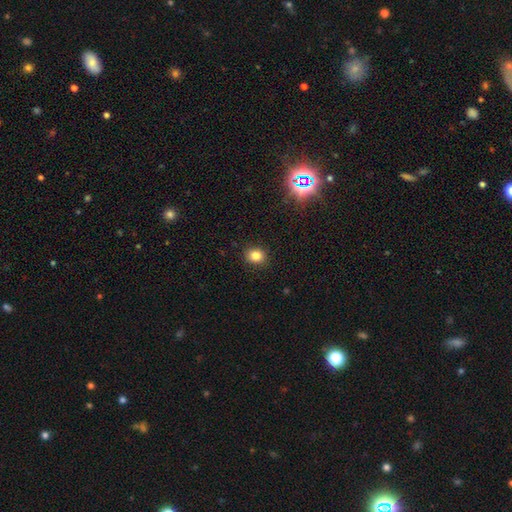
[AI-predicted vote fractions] Smooth or featured: smooth — 82% (star or artifact — 13%)
How rounded: round — 66% (in between — 33%)
Merging: none — 90% (minor disturbance — 7%)